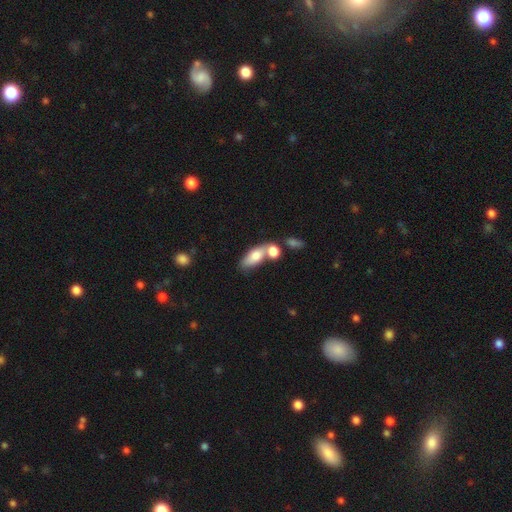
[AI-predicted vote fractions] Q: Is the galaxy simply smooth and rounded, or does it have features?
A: smooth — 74%.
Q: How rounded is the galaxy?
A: in between — 78%.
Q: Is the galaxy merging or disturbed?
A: merger — 46%.